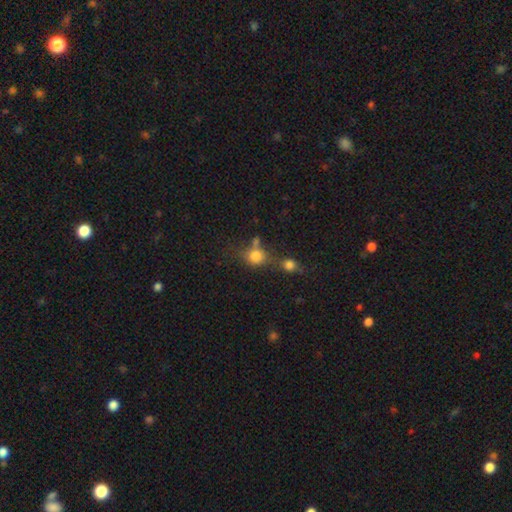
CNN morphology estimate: Smooth or featured?
  - smooth: 77% *
  - star or artifact: 13%
  - featured or disk: 10%
How rounded?
  - round: 71% *
  - in between: 27%
  - cigar-shaped: 2%
Merging?
  - none: 42% *
  - merger: 40%
  - minor disturbance: 12%
  - major disturbance: 7%